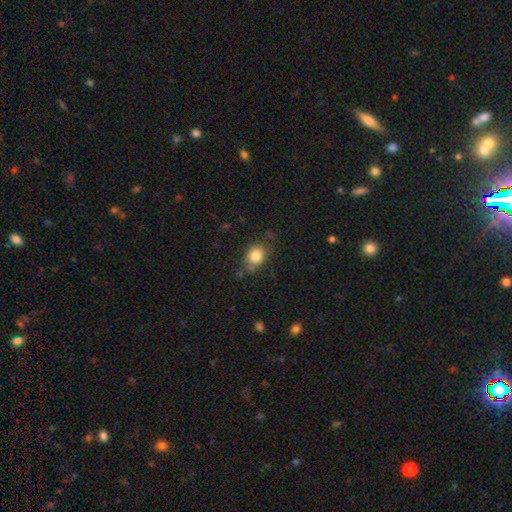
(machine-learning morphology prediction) This is clearly a smooth galaxy (83%). How rounded: possibly round (50%). Merging: likely none (70%).